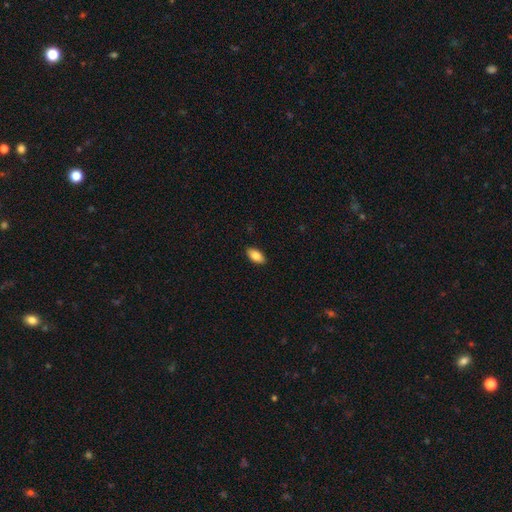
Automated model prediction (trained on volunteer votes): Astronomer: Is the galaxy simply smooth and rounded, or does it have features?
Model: smooth — 85%.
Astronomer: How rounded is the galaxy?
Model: in between — 91%.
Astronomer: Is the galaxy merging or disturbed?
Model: none — 89%.